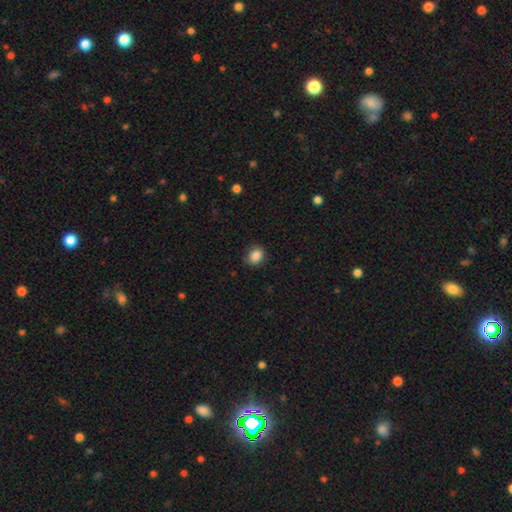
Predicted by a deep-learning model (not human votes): smooth_or_featured: smooth (p=0.87) [alt: star or artifact p=0.09]
how_rounded: round (p=0.58) [alt: in between p=0.41]
merging: none (p=0.82) [alt: minor disturbance p=0.14]